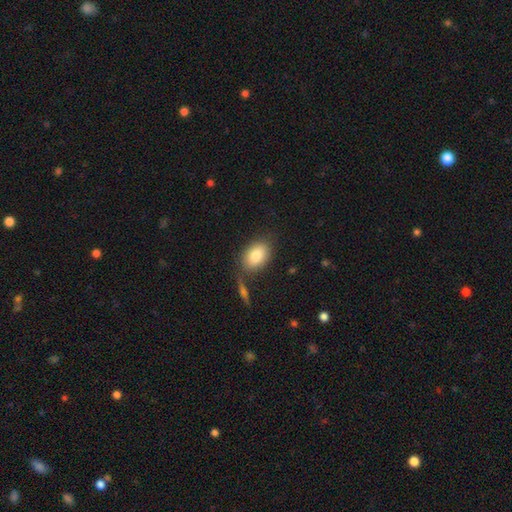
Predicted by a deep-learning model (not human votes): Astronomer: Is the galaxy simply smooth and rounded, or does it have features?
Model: smooth — 82%.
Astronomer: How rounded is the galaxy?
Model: in between — 83%.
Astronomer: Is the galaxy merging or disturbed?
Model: none — 72%.